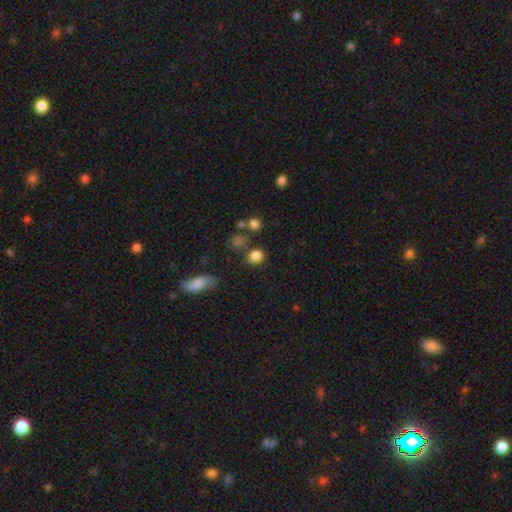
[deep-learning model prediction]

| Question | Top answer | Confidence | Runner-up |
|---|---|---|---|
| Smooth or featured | smooth | 83% | star or artifact (11%) |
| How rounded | round | 73% | in between (26%) |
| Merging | none | 73% | minor disturbance (13%) |